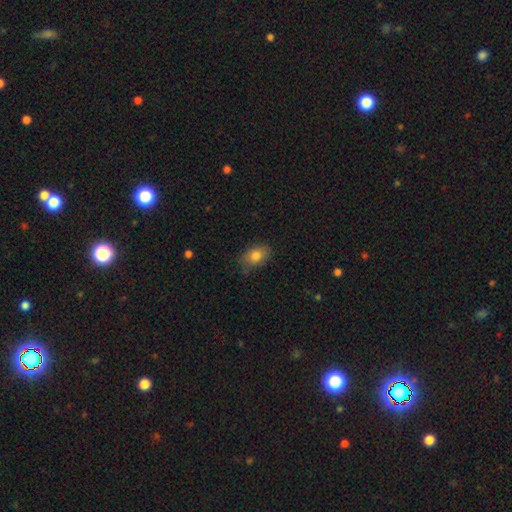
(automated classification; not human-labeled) The model was most divided on "merging": none: 72%, minor disturbance: 22%, major disturbance: 4%, merger: 1%. More confident: smooth or featured — smooth (81%); how rounded — in between (80%).